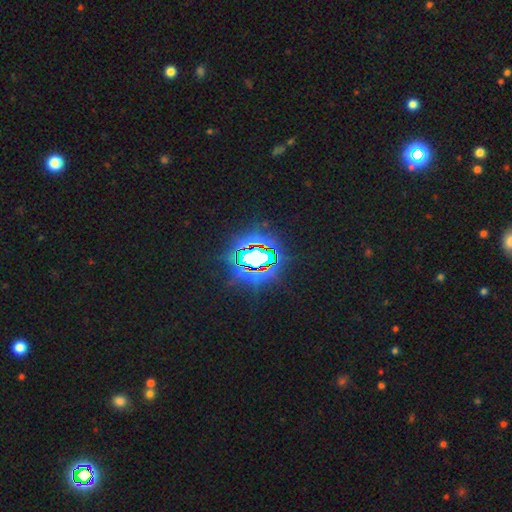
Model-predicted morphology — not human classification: A star or artifact, not a galaxy (77%).